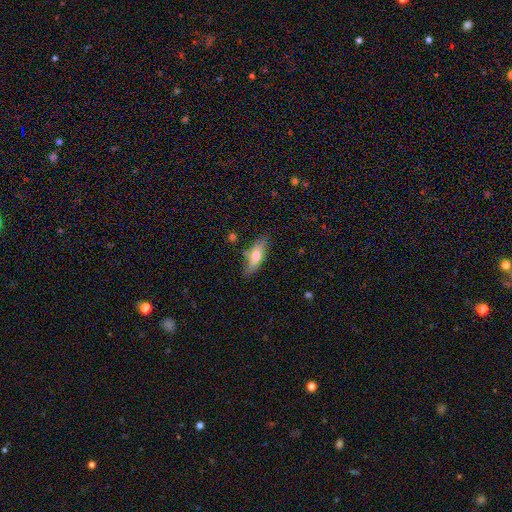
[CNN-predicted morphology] Q: Smooth or featured?
A: smooth (66%); runner-up: featured or disk (27%)
Q: How rounded?
A: in between (53%); runner-up: cigar-shaped (44%)
Q: Merging?
A: none (73%); runner-up: minor disturbance (18%)